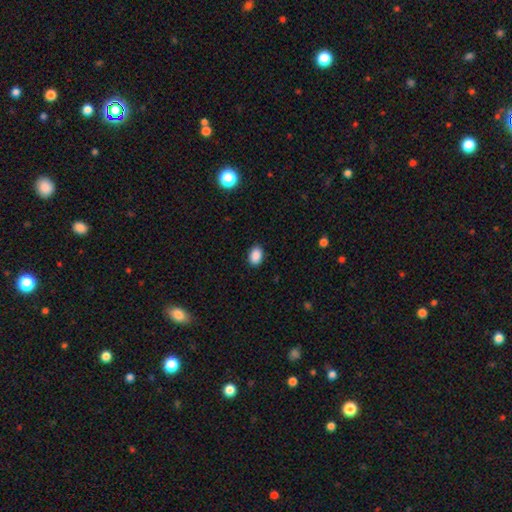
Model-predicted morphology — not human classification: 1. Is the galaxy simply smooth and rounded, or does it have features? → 89% smooth, 8% star or artifact, 3% featured or disk.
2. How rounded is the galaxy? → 83% in between, 16% round, 1% cigar-shaped.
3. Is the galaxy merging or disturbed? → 89% none, 8% minor disturbance, 2% major disturbance, 1% merger.